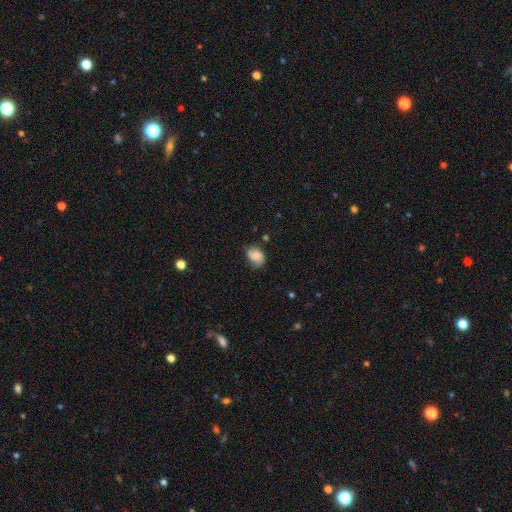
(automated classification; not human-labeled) A smooth galaxy with no disk features (63%) that is in between round and cigar-shaped (63%).

Vote fractions:
- Smooth or featured? smooth: 63% / featured or disk: 27% / star or artifact: 9%
- How rounded? in between: 63% / round: 36% / cigar-shaped: 1%
- Merging? none: 63% / minor disturbance: 28% / major disturbance: 7% / merger: 2%